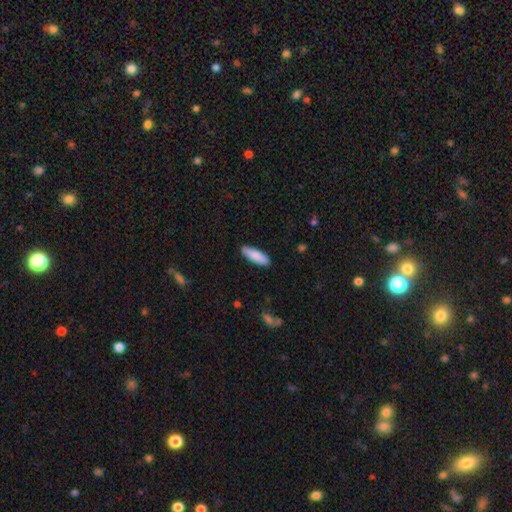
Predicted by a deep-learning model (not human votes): A smooth galaxy with no disk features (87%) that is cigar-shaped (58%).

Vote fractions:
- Smooth or featured? smooth: 87% / featured or disk: 8% / star or artifact: 5%
- How rounded? cigar-shaped: 58% / in between: 41% / round: 1%
- Merging? none: 89% / minor disturbance: 8% / major disturbance: 2% / merger: 1%